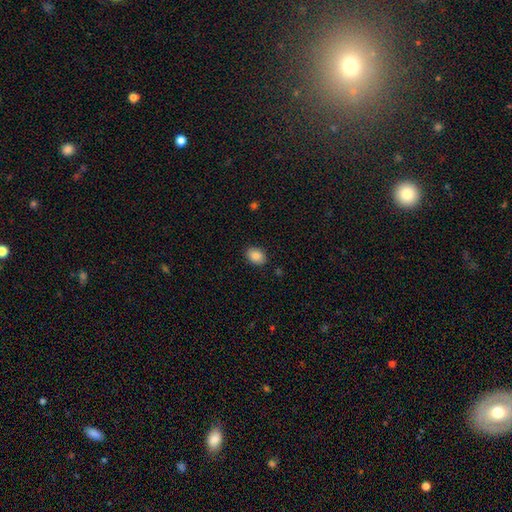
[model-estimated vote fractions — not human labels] This is clearly a smooth galaxy (86%). How rounded: likely in between (73%). Merging: clearly none (88%).